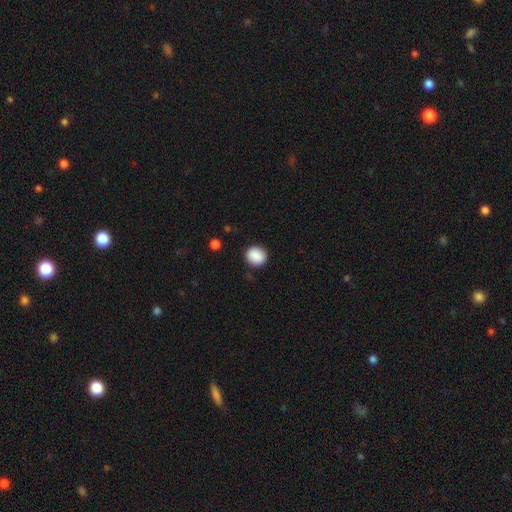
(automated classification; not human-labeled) Smooth or featured?
  - smooth: 88% *
  - star or artifact: 8%
  - featured or disk: 4%
How rounded?
  - round: 82% *
  - in between: 17%
  - cigar-shaped: 1%
Merging?
  - none: 85% *
  - minor disturbance: 10%
  - major disturbance: 3%
  - merger: 2%